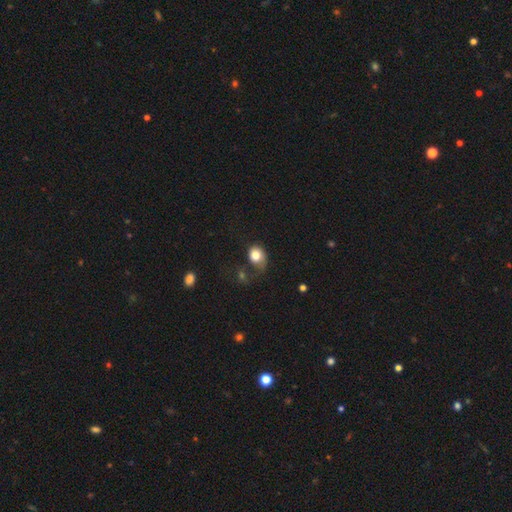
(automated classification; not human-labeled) A smooth galaxy with no disk features (75%) that is in between round and cigar-shaped (50%).

Vote fractions:
- Smooth or featured? smooth: 75% / featured or disk: 17% / star or artifact: 8%
- How rounded? in between: 50% / round: 49% / cigar-shaped: 1%
- Merging? major disturbance: 34% / none: 32% / minor disturbance: 24% / merger: 10%